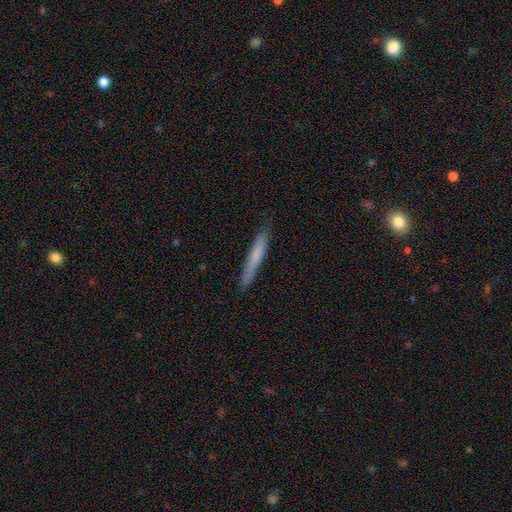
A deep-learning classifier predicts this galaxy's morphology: This appears to be a smooth galaxy with no disk features (66%) that is cigar-shaped (96%). Merging: none (85%).